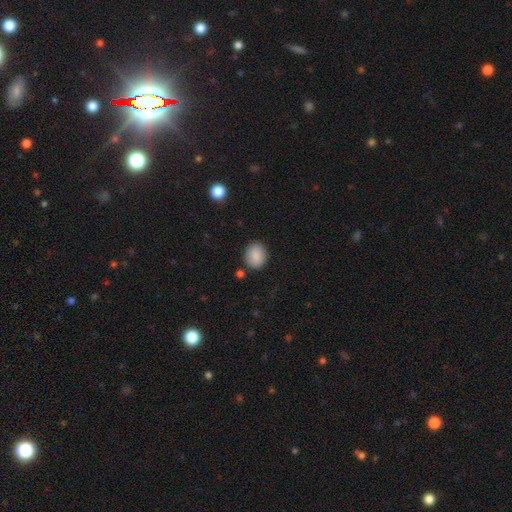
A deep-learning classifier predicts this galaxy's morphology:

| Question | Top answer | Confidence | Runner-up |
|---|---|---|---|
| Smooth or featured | smooth | 87% | star or artifact (8%) |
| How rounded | round | 56% | in between (43%) |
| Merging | none | 84% | minor disturbance (10%) |